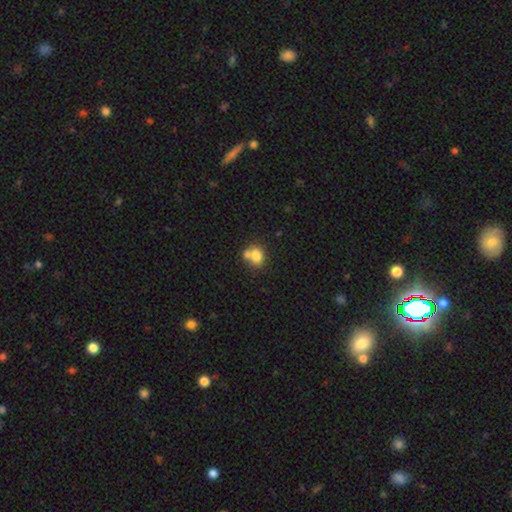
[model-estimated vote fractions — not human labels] A smooth galaxy with no disk features (78%) that is round (52%).

Vote fractions:
- Smooth or featured? smooth: 78% / featured or disk: 12% / star or artifact: 10%
- How rounded? round: 52% / in between: 47% / cigar-shaped: 1%
- Merging? none: 44% / merger: 42% / minor disturbance: 10% / major disturbance: 4%